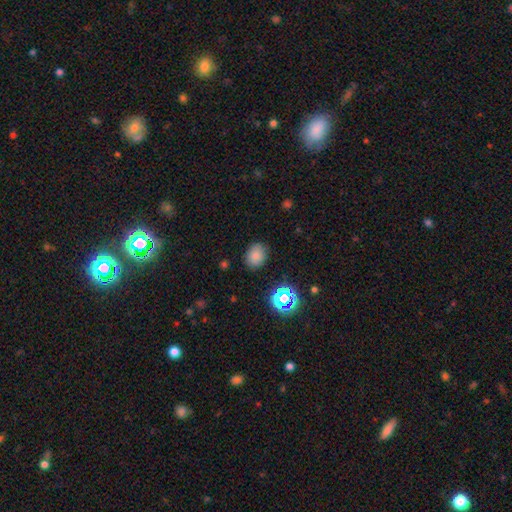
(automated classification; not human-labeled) Overall: smooth (77%). How rounded: in between (55%; round 45%). Merging: none (83%).